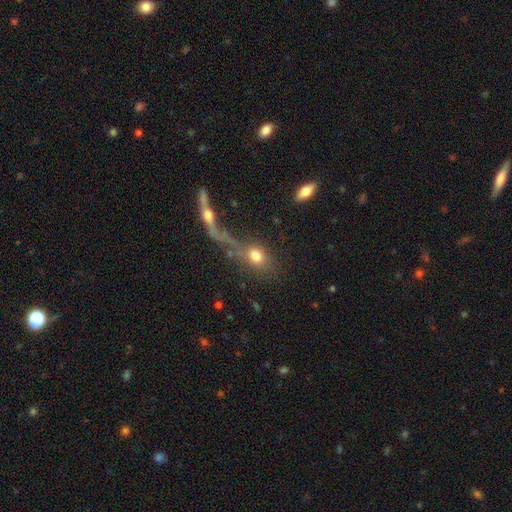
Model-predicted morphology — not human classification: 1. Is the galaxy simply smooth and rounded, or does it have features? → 71% smooth, 17% featured or disk, 12% star or artifact.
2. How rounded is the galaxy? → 48% in between, 46% round, 6% cigar-shaped.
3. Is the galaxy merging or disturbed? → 38% merger, 35% none, 17% major disturbance, 10% minor disturbance.